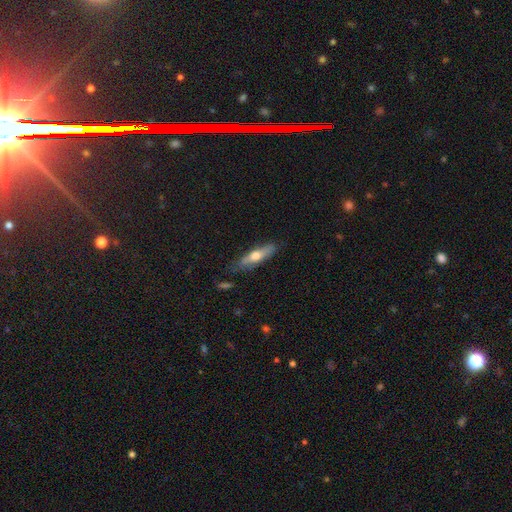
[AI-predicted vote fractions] Smooth or featured? Predicted: smooth (p=0.55). How rounded? Predicted: cigar-shaped (p=0.69). Merging? Predicted: none (p=0.74).